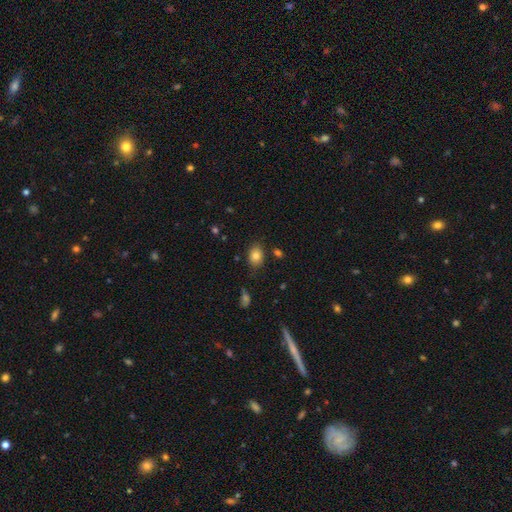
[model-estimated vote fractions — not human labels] Morphology: type=smooth (83%); roundness=in between (71%); merging=none (81%).